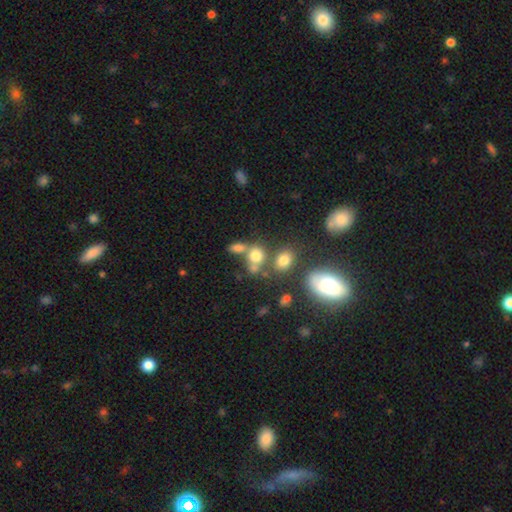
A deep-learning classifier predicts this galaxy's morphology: A smooth galaxy with no disk features (72%) that is round (59%). Merging: none (43%).